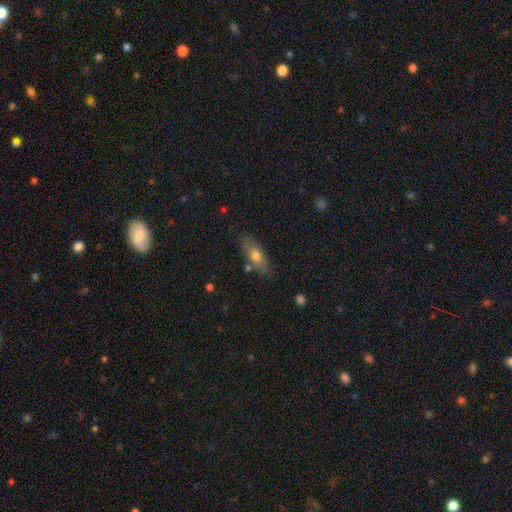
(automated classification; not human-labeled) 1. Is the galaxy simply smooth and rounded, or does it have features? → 66% smooth, 27% featured or disk, 7% star or artifact.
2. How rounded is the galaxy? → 72% in between, 25% cigar-shaped, 3% round.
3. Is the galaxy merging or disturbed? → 77% none, 15% minor disturbance, 5% merger, 3% major disturbance.